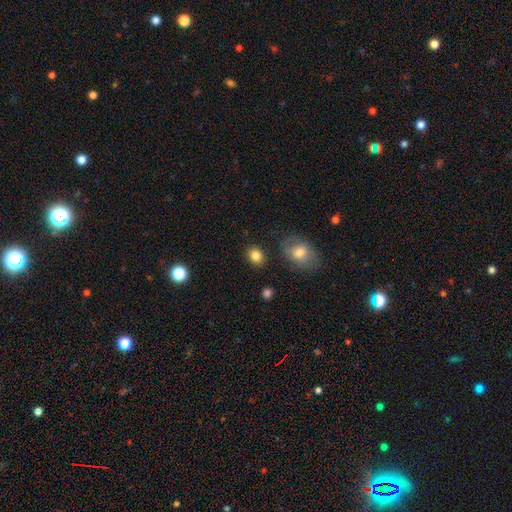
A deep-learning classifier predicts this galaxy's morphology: This is clearly a smooth galaxy (84%). How rounded: possibly round (56%). Merging: clearly none (85%).